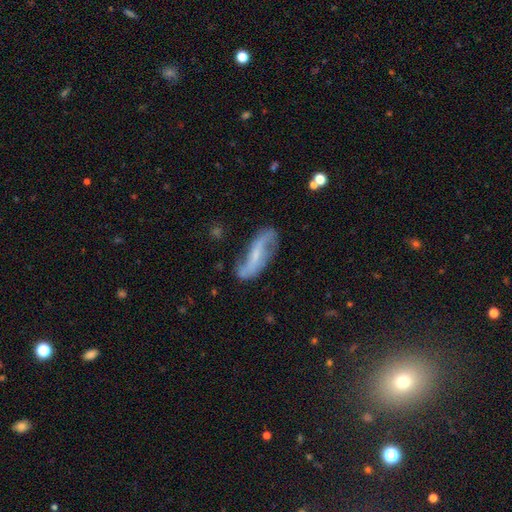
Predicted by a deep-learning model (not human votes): This appears to be a featured or disk galaxy (70%) with a weak bar (37%), 2 (87%) loose (68%) spiral arms (87%) and a small central bulge (54%). Merging: none (65%).